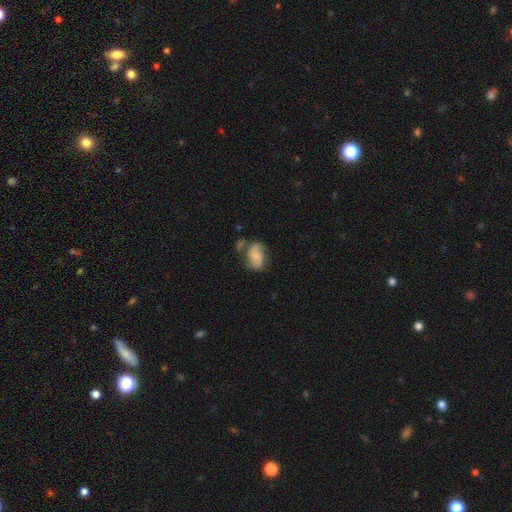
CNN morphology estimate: Q: Smooth or featured?
A: featured or disk (48%); runner-up: smooth (43%)
Q: Merging?
A: none (47%); runner-up: minor disturbance (23%)